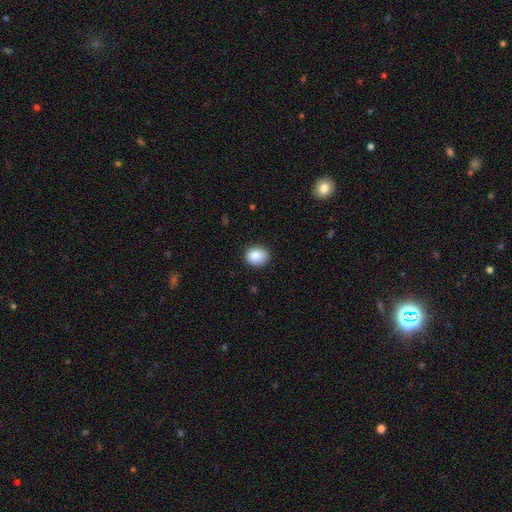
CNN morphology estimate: Smooth or featured? Predicted: smooth (p=0.87). How rounded? Predicted: round (p=0.66). Merging? Predicted: none (p=0.87).